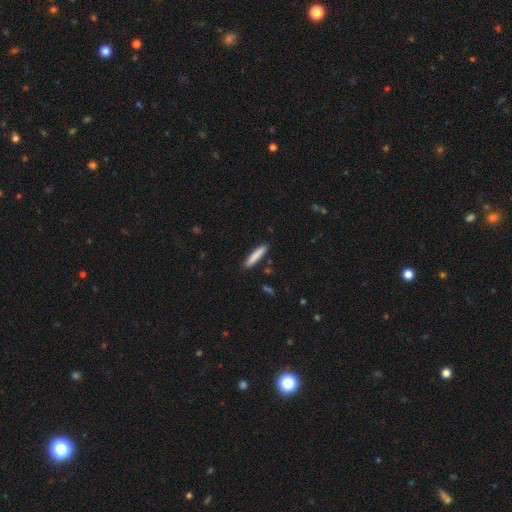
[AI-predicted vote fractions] A smooth galaxy with no disk features (84%) that is cigar-shaped (90%).

Vote fractions:
- Smooth or featured? smooth: 84% / featured or disk: 10% / star or artifact: 6%
- How rounded? cigar-shaped: 90% / in between: 9% / round: 1%
- Merging? none: 88% / minor disturbance: 9% / merger: 2% / major disturbance: 2%